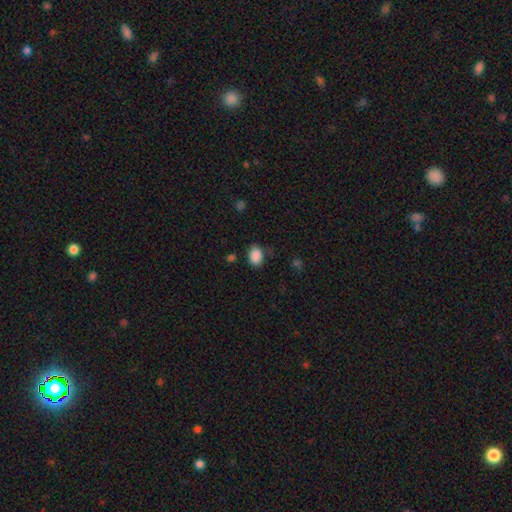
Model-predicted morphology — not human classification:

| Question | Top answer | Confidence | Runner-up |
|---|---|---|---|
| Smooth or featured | smooth | 88% | star or artifact (9%) |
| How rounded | in between | 77% | round (22%) |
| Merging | none | 73% | minor disturbance (19%) |